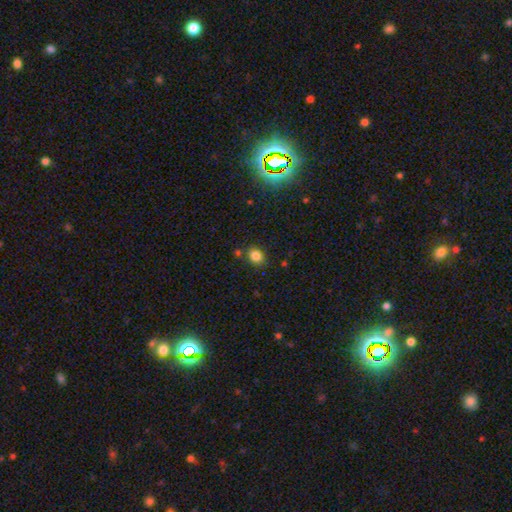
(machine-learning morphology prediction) Smooth or featured?
  - smooth: 83% *
  - star or artifact: 12%
  - featured or disk: 5%
How rounded?
  - round: 61% *
  - in between: 38%
  - cigar-shaped: 1%
Merging?
  - none: 80% *
  - minor disturbance: 11%
  - merger: 6%
  - major disturbance: 3%